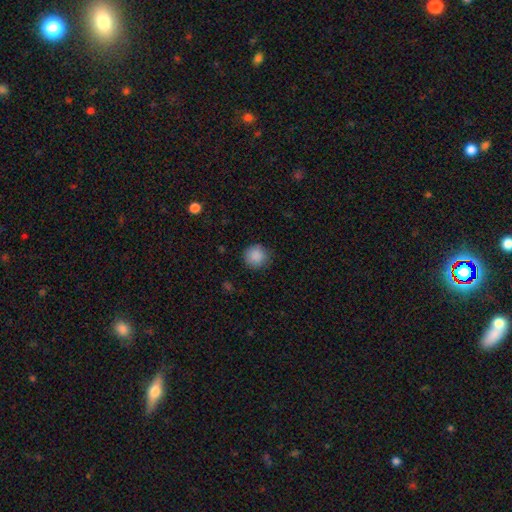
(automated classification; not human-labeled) Overall: smooth (88%). How rounded: round (93%). Merging: none (87%).